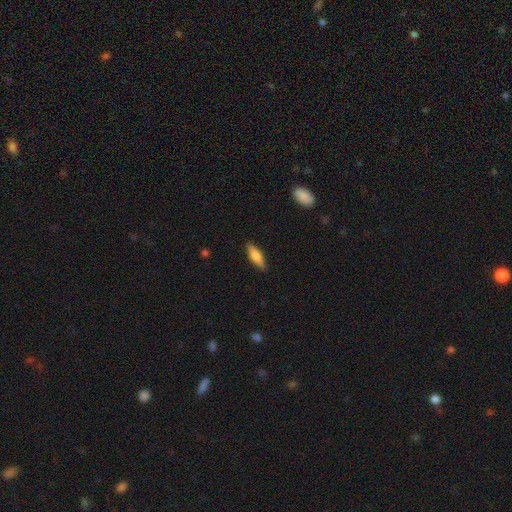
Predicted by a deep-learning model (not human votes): Smooth or featured?
  - smooth: 68% *
  - featured or disk: 26%
  - star or artifact: 6%
How rounded?
  - cigar-shaped: 52% *
  - in between: 45%
  - round: 2%
Merging?
  - none: 87% *
  - minor disturbance: 10%
  - major disturbance: 2%
  - merger: 1%